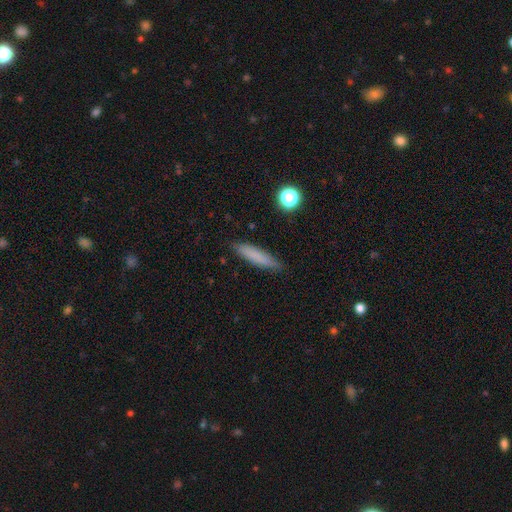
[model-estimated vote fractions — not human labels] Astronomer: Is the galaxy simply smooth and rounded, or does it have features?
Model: smooth — 78%.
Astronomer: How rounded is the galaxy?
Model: cigar-shaped — 84%.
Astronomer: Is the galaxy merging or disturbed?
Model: none — 86%.